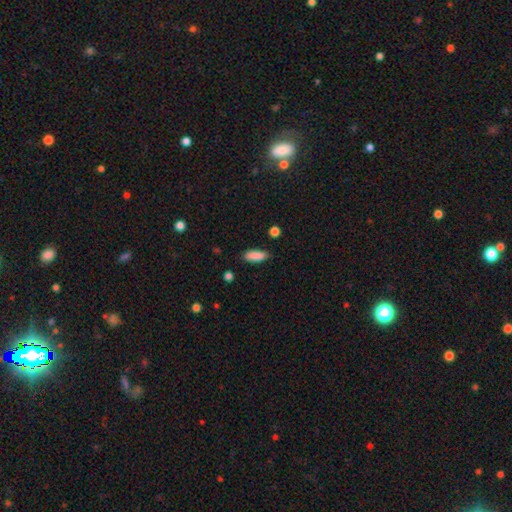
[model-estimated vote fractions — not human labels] Morphology: type=smooth (88%); roundness=in between (68%); merging=none (85%).